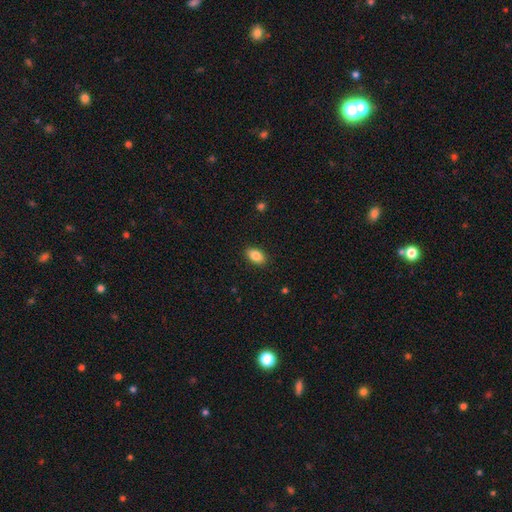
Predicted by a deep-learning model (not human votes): Smooth or featured?
  - smooth: 86% *
  - star or artifact: 8%
  - featured or disk: 6%
How rounded?
  - in between: 90% *
  - round: 8%
  - cigar-shaped: 2%
Merging?
  - none: 89% *
  - minor disturbance: 8%
  - major disturbance: 2%
  - merger: 1%